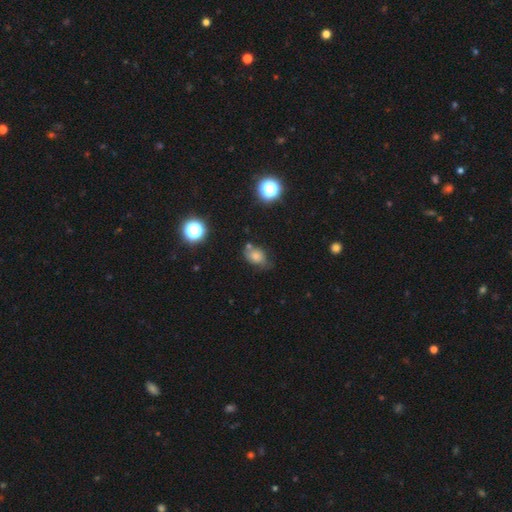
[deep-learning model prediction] Morphology: type=smooth (72%); roundness=in between (70%); merging=none (54%).